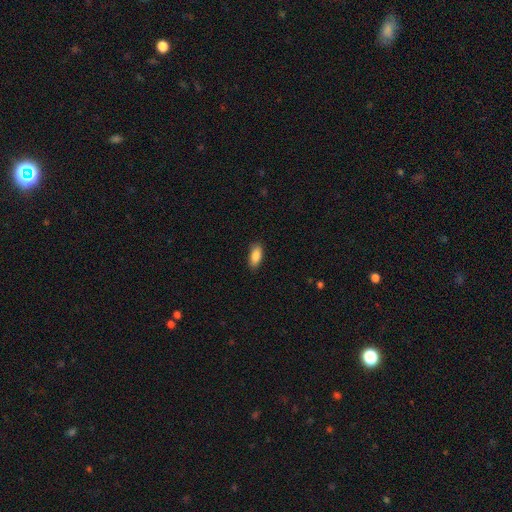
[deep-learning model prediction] Smooth or featured: smooth — 88% (star or artifact — 7%)
How rounded: in between — 85% (cigar-shaped — 12%)
Merging: none — 85% (minor disturbance — 11%)